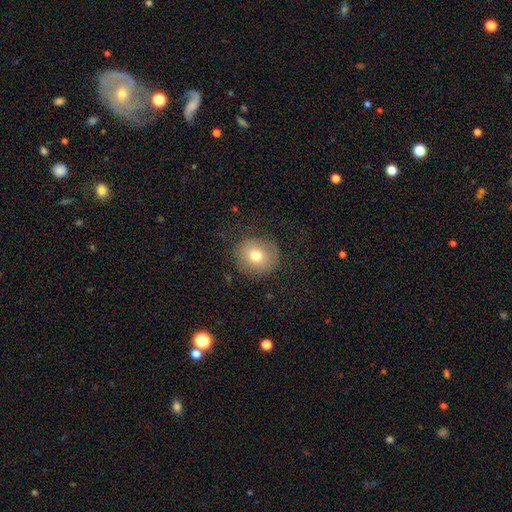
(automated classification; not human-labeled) Smooth or featured? smooth (72%)
How rounded? round (82%)
Merging? none (80%)